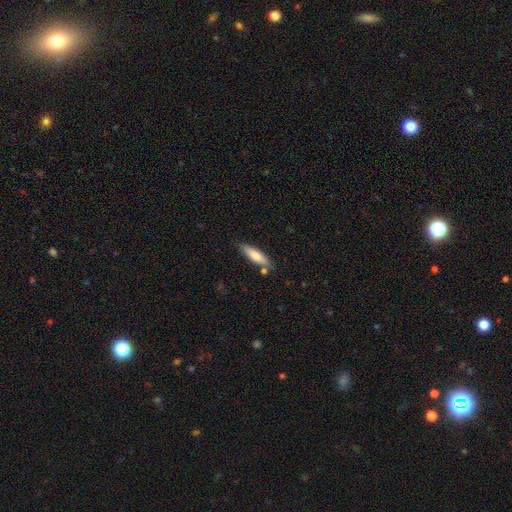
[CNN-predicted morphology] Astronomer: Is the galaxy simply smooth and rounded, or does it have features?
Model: smooth — 73%.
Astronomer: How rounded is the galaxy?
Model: cigar-shaped — 66%.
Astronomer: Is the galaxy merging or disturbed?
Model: none — 78%.